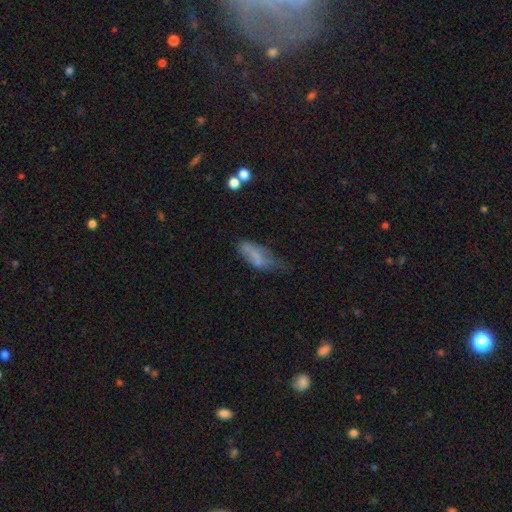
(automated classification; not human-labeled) Smooth or featured? smooth (62%)
How rounded? in between (72%)
Merging? minor disturbance (37%)